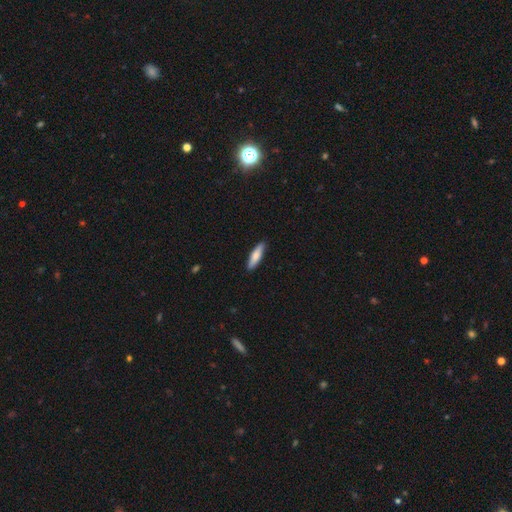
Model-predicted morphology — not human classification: smooth_or_featured: smooth (p=0.77) [alt: featured or disk p=0.18]
how_rounded: cigar-shaped (p=0.74) [alt: in between p=0.25]
merging: none (p=0.89) [alt: minor disturbance p=0.08]